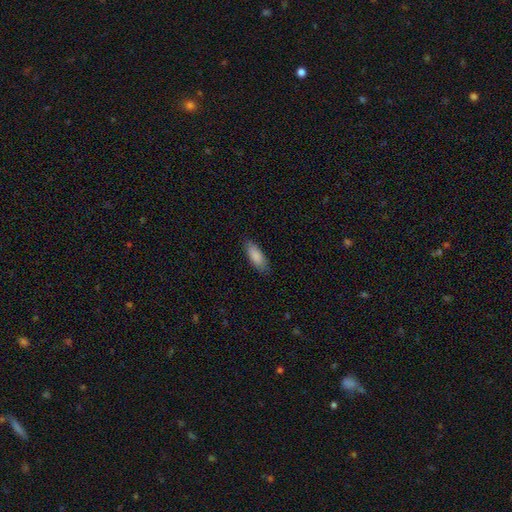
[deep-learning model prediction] Q: Smooth or featured?
A: smooth (86%); runner-up: featured or disk (8%)
Q: How rounded?
A: in between (72%); runner-up: cigar-shaped (26%)
Q: Merging?
A: none (83%); runner-up: minor disturbance (13%)